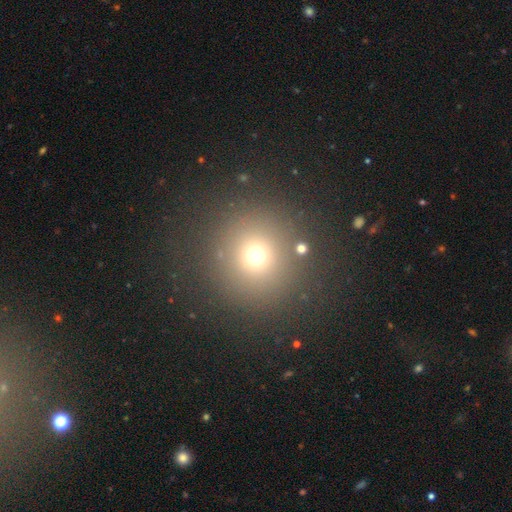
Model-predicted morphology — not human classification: The model was most divided on "smooth or featured": smooth: 67%, star or artifact: 24%, featured or disk: 9%. More confident: how rounded — round (94%); merging — none (86%).